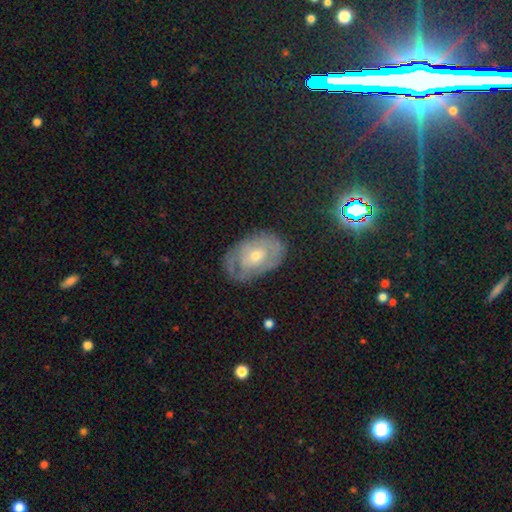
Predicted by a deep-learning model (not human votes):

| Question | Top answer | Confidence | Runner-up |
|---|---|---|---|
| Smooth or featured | featured or disk | 62% | smooth (26%) |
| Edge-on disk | no | 94% | yes (6%) |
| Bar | no | 77% | weak (19%) |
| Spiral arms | yes | 65% | no (35%) |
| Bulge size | small | 54% | moderate (42%) |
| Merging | none | 60% | minor disturbance (26%) |